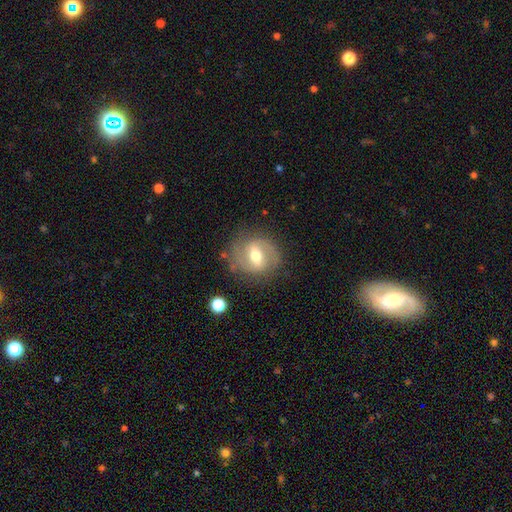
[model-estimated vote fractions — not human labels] Smooth or featured? Predicted: featured or disk (p=0.72). Edge-on disk? Predicted: no (p=0.95). Bar? Predicted: weak (p=0.48). Spiral arms? Predicted: yes (p=0.82). Spiral winding? Predicted: medium (p=0.45). Spiral arm count? Predicted: 2 (p=0.80). Bulge size? Predicted: moderate (p=0.70). Merging? Predicted: none (p=0.79).